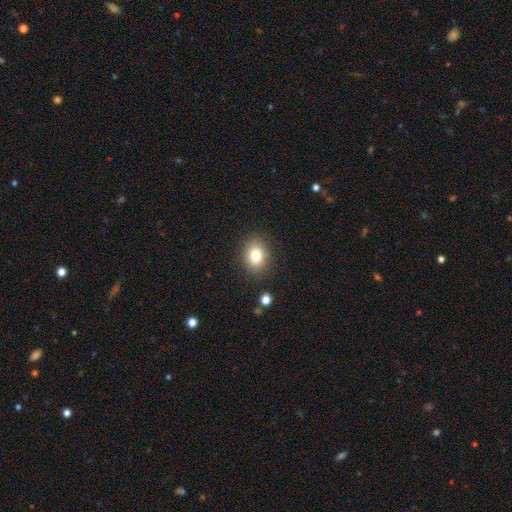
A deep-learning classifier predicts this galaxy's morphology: smooth-or-featured: smooth: 80% | star or artifact: 11% | featured or disk: 10%
  how-rounded: in between: 54% | round: 45% | cigar-shaped: 1%
  merging: none: 86% | minor disturbance: 10% | major disturbance: 3% | merger: 2%